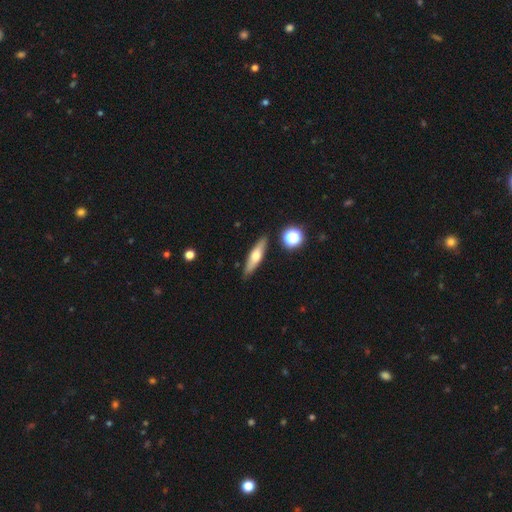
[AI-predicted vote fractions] A smooth galaxy with no disk features (48%). Merging: none (87%).